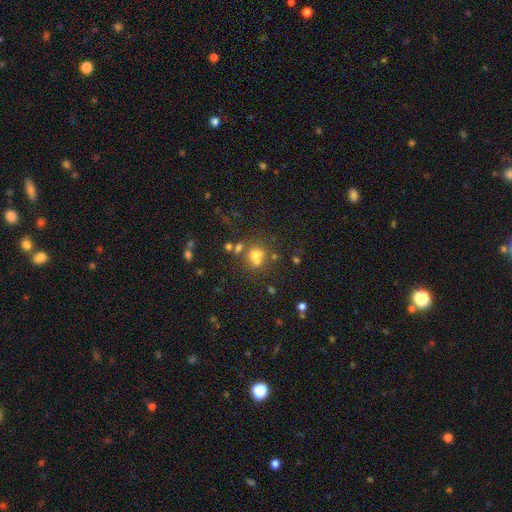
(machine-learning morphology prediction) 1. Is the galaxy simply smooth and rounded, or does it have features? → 62% smooth, 21% star or artifact, 17% featured or disk.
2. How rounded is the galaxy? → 76% round, 23% in between, 1% cigar-shaped.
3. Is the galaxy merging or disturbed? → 45% none, 37% merger, 11% minor disturbance, 7% major disturbance.